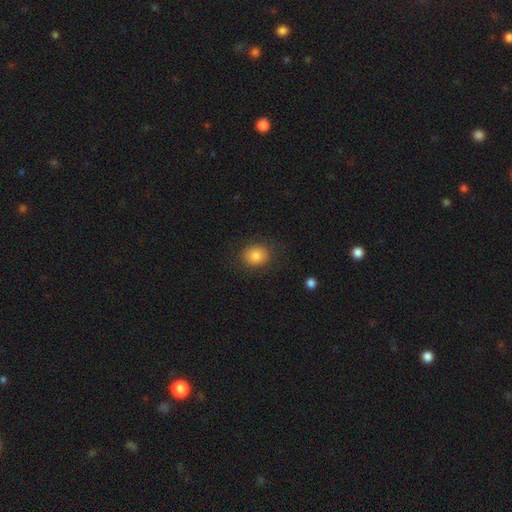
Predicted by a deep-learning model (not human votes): Overall: smooth (83%). How rounded: round (66%; in between 34%). Merging: none (83%).